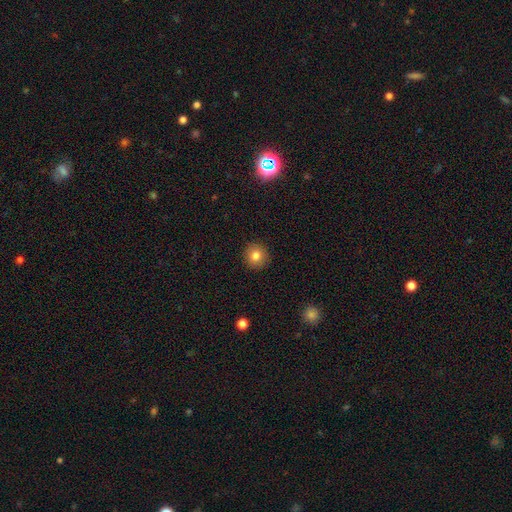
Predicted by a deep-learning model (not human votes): Overall: smooth (82%). How rounded: round (91%). Merging: none (91%).